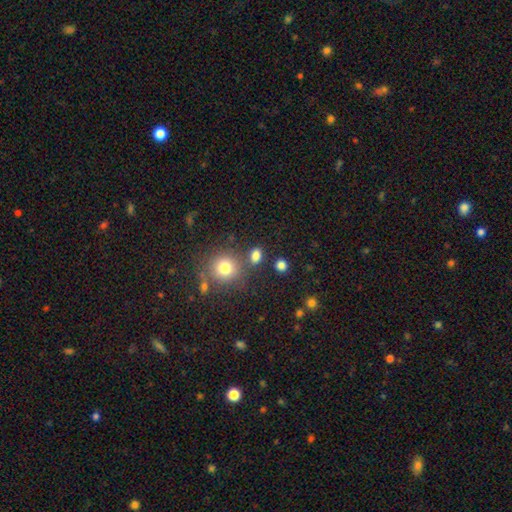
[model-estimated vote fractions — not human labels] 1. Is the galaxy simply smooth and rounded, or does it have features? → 81% smooth, 13% star or artifact, 6% featured or disk.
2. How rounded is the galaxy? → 54% in between, 44% round, 2% cigar-shaped.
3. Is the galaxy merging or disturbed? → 75% none, 11% merger, 10% minor disturbance, 4% major disturbance.